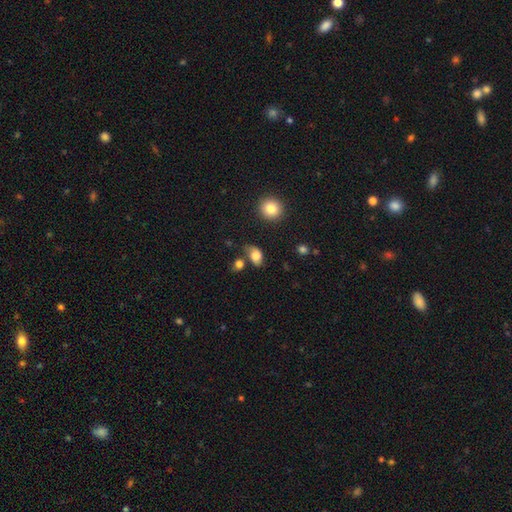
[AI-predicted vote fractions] A smooth galaxy with no disk features (77%) that is in between round and cigar-shaped (80%). Merging: none (49%).